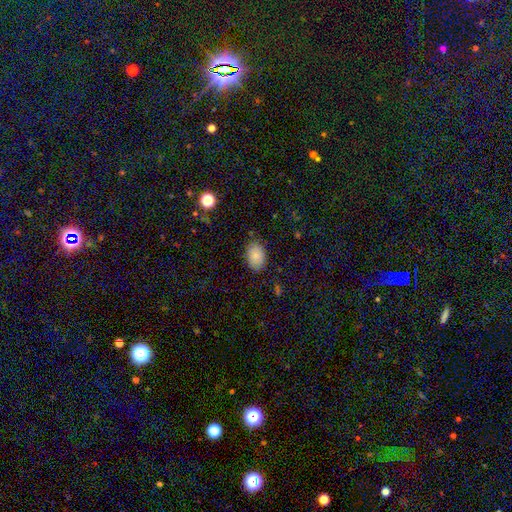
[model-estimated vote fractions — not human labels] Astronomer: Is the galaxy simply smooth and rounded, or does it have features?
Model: smooth — 85%.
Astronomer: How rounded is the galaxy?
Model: in between — 84%.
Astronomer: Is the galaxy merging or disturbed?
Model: none — 82%.